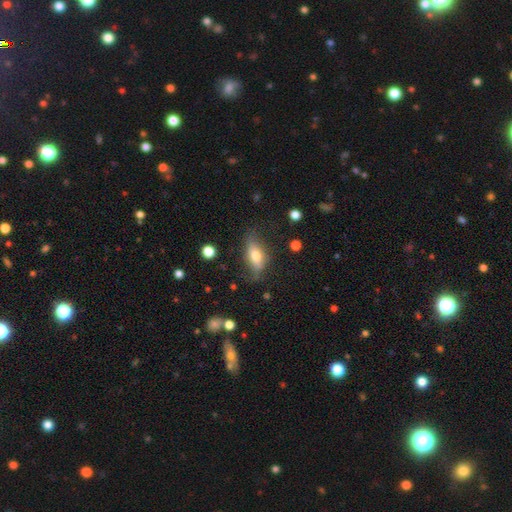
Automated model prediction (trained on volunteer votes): This is possibly a smooth galaxy (59%). How rounded: likely in between (79%). Merging: likely none (60%).